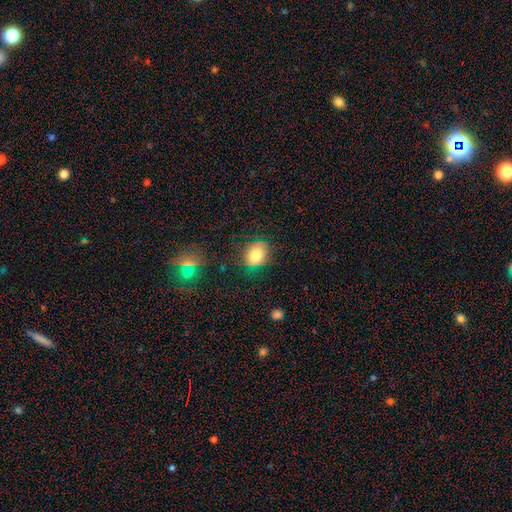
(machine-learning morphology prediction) This is likely a smooth galaxy (79%). How rounded: likely in between (62%). Merging: likely none (77%).